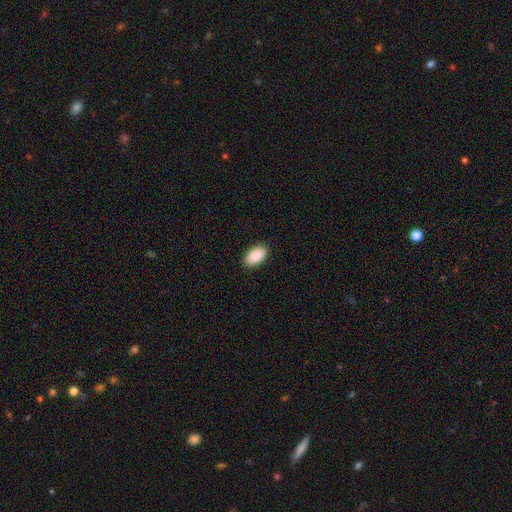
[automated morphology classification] A smooth galaxy with no disk features (90%) that is in between round and cigar-shaped (95%). Merging: none (90%).